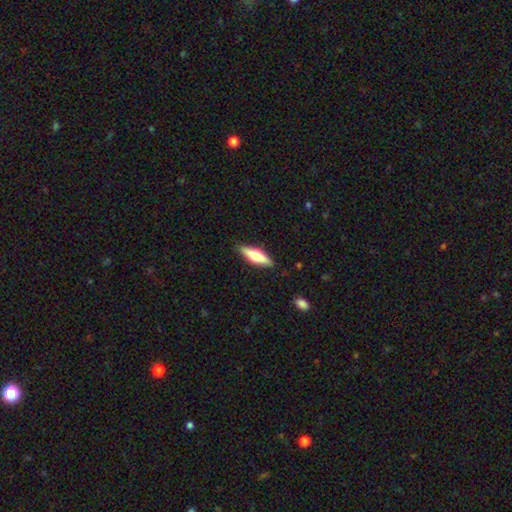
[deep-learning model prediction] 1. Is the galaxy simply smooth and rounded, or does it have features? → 59% smooth, 36% featured or disk, 5% star or artifact.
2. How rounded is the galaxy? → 59% cigar-shaped, 39% in between, 2% round.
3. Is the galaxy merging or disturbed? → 88% none, 9% minor disturbance, 2% major disturbance, 1% merger.